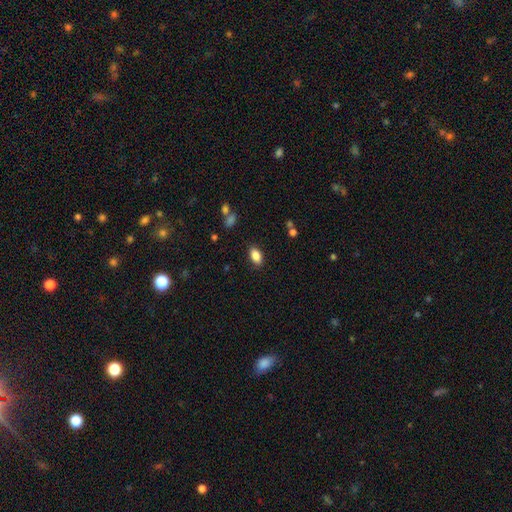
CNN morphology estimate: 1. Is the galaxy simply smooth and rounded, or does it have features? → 86% smooth, 8% star or artifact, 5% featured or disk.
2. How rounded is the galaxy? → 91% in between, 7% round, 3% cigar-shaped.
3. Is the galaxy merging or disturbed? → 86% none, 10% minor disturbance, 3% major disturbance, 1% merger.